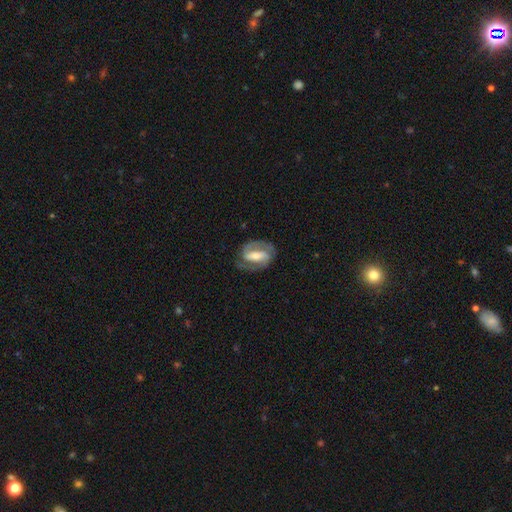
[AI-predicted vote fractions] Smooth or featured? featured or disk (85%)
Edge-on disk? no (96%)
Bar? strong (58%)
Spiral arms? yes (93%)
Spiral winding? medium (47%)
Spiral arm count? 2 (90%)
Bulge size? moderate (53%)
Merging? none (79%)